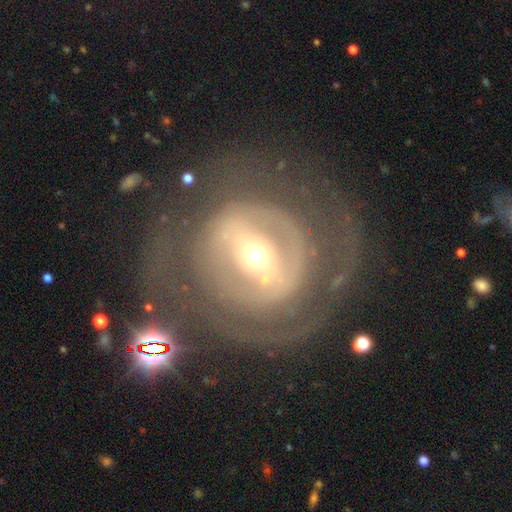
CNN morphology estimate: Smooth or featured?
  - featured or disk: 77% *
  - smooth: 16%
  - star or artifact: 7%
Edge-on disk?
  - no: 95% *
  - yes: 5%
Bar?
  - strong: 41% *
  - weak: 33%
  - no: 25%
Spiral arms?
  - yes: 58% *
  - no: 42%
Bulge size?
  - small: 64% *
  - moderate: 29%
  - large: 4%
  - dominant: 2%
  - none: 1%
Merging?
  - none: 69% *
  - major disturbance: 15%
  - minor disturbance: 14%
  - merger: 3%